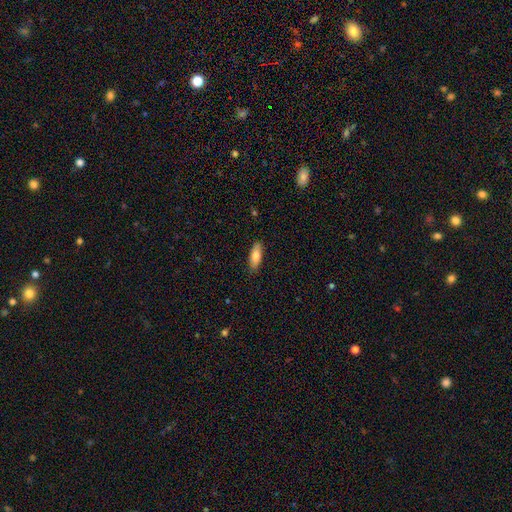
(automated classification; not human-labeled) Smooth or featured? smooth (81%)
How rounded? in between (67%)
Merging? none (86%)